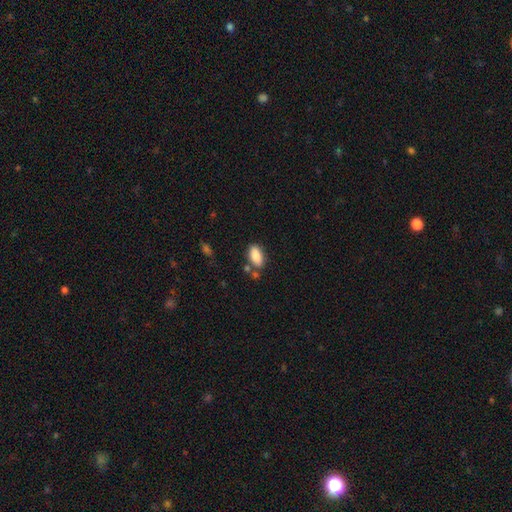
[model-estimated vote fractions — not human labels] A smooth galaxy with no disk features (87%) that is in between round and cigar-shaped (91%). Merging: none (71%).